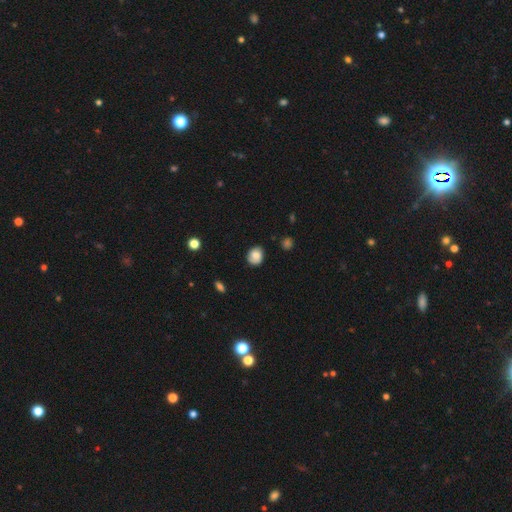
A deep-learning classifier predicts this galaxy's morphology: Smooth or featured: smooth — 72% (featured or disk — 19%)
How rounded: round — 65% (in between — 34%)
Merging: none — 76% (minor disturbance — 18%)